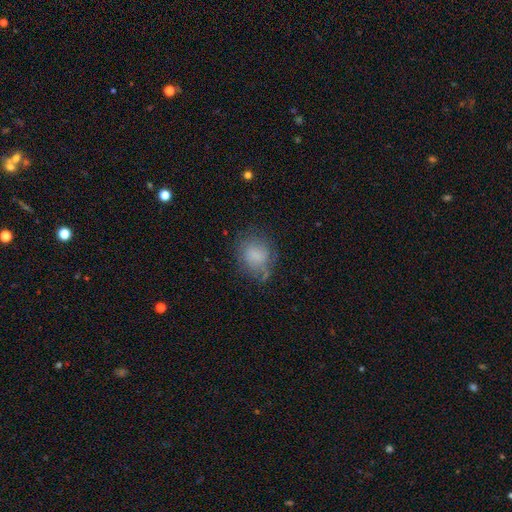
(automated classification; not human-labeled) Smooth or featured? smooth (74%)
How rounded? round (58%)
Merging? none (60%)